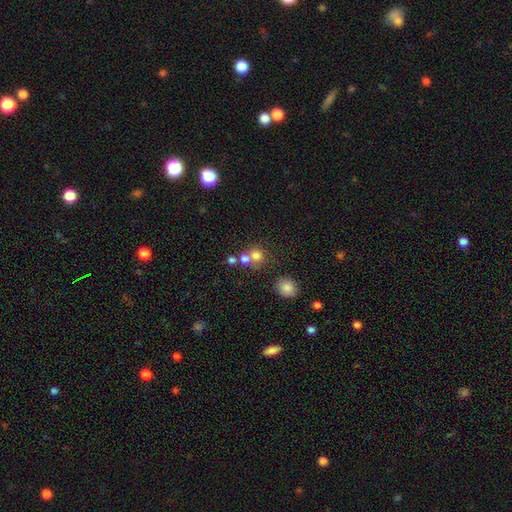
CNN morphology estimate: smooth-or-featured: smooth: 75% | star or artifact: 14% | featured or disk: 11%
  how-rounded: round: 84% | in between: 15% | cigar-shaped: 1%
  merging: none: 49% | merger: 39% | minor disturbance: 8% | major disturbance: 4%